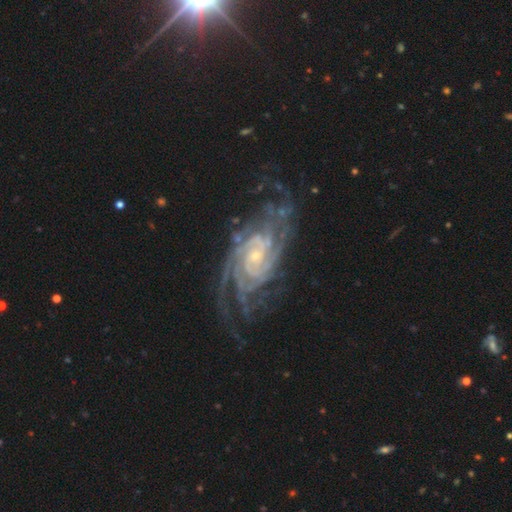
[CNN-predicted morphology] This appears to be a featured or disk galaxy (92%) with no bar (59%), 4 (23%) tight (72%) spiral arms (98%) and a small central bulge (75%). Merging: none (71%).